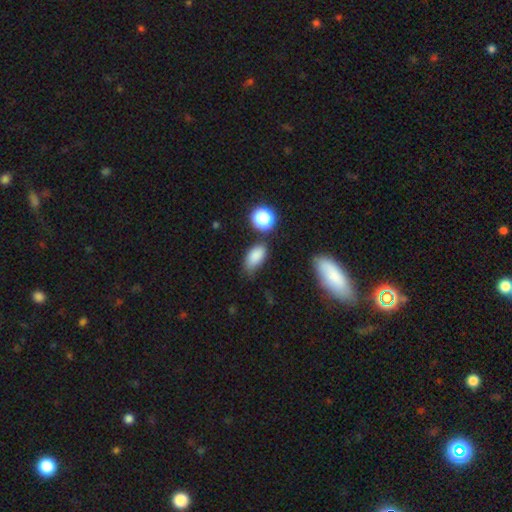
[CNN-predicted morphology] Smooth or featured? Predicted: smooth (p=0.84). How rounded? Predicted: in between (p=0.89). Merging? Predicted: none (p=0.65).